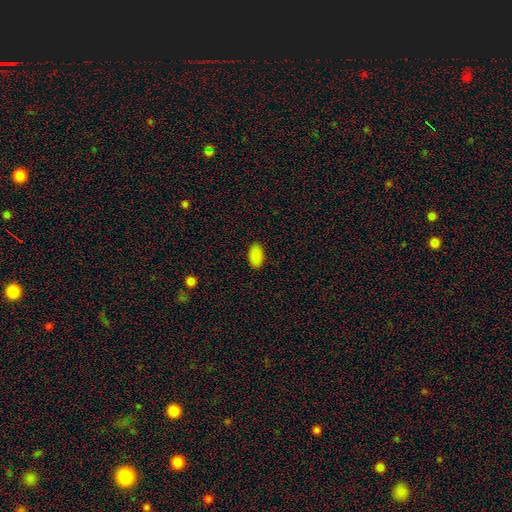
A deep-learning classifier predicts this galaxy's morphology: smooth_or_featured: smooth (p=0.89) [alt: star or artifact p=0.08]
how_rounded: in between (p=0.95) [alt: round p=0.04]
merging: none (p=0.89) [alt: minor disturbance p=0.08]